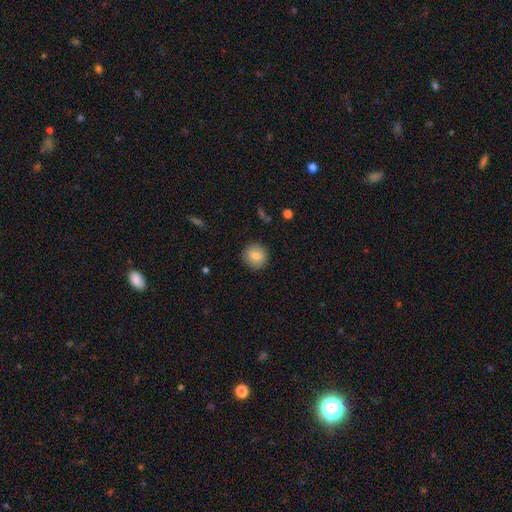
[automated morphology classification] smooth 83%, featured or disk 9%, star or artifact 9%. Down the decision tree: how rounded — round (92%); merging — none (90%).